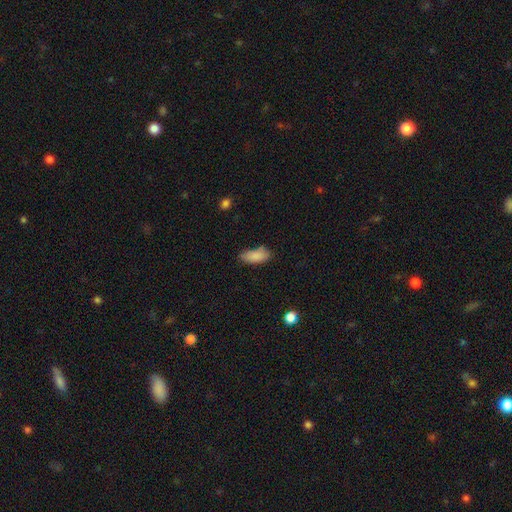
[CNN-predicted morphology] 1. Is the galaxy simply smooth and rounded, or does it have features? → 87% smooth, 7% star or artifact, 6% featured or disk.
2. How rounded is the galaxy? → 84% in between, 14% cigar-shaped, 2% round.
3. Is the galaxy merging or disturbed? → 73% none, 21% minor disturbance, 4% major disturbance, 2% merger.